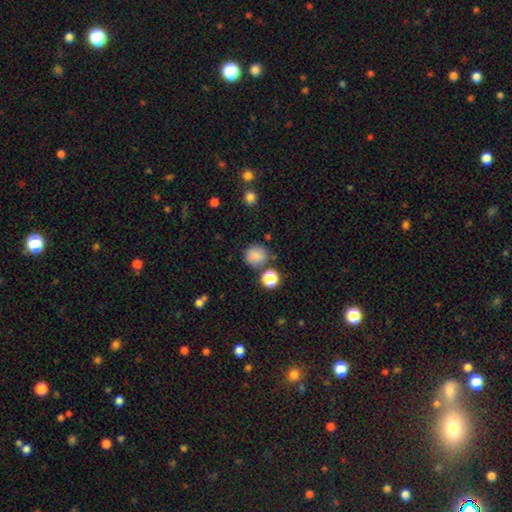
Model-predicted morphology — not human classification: Smooth or featured? Predicted: smooth (p=0.82). How rounded? Predicted: round (p=0.85). Merging? Predicted: none (p=0.74).